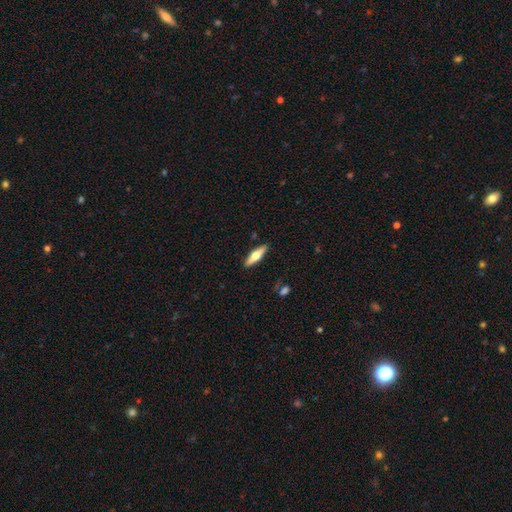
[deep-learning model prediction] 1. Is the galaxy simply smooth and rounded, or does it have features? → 50% smooth, 45% featured or disk, 6% star or artifact.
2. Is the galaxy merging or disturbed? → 89% none, 8% minor disturbance, 2% major disturbance, 1% merger.